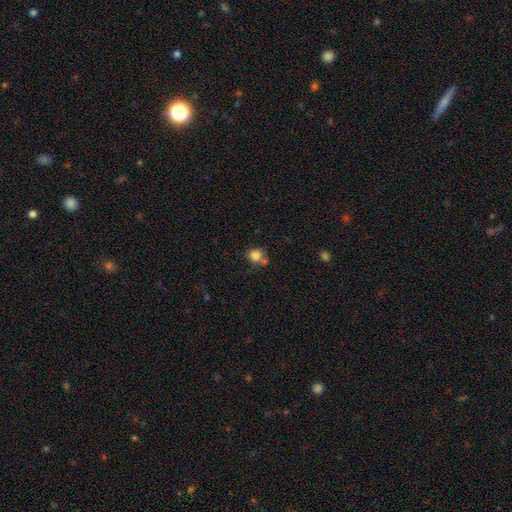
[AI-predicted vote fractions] Smooth or featured?
  - smooth: 82% *
  - star or artifact: 11%
  - featured or disk: 7%
How rounded?
  - round: 73% *
  - in between: 26%
  - cigar-shaped: 1%
Merging?
  - none: 52% *
  - merger: 24%
  - minor disturbance: 17%
  - major disturbance: 6%